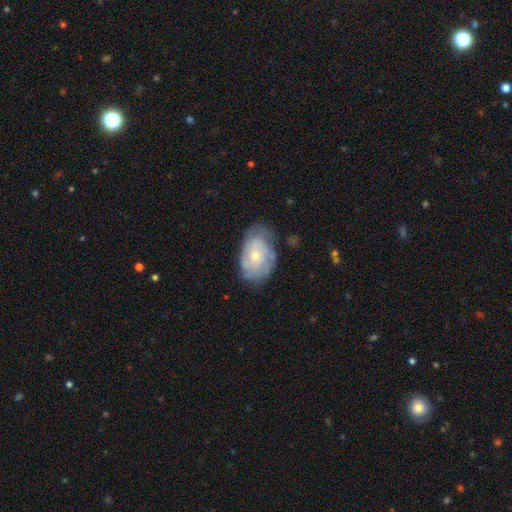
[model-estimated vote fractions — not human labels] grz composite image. It shows a featured or disk galaxy (55%) with no bar (82%), spiral arms (68%) and a small central bulge (57%). Merging: none (62%).